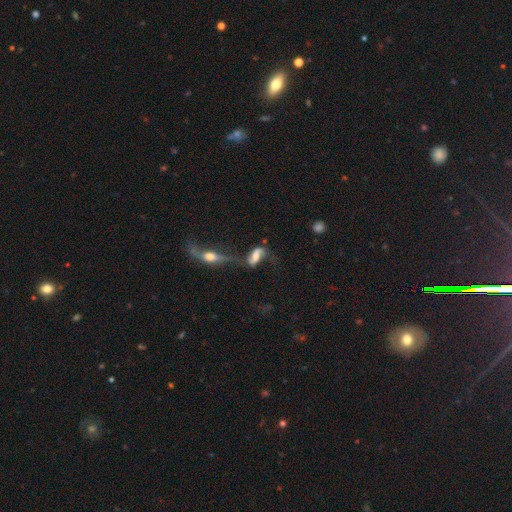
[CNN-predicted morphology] Overall: featured or disk (66%). Edge-on disk: no (85%). Bar: weak (39%; no 35%). Spiral arms: yes (83%). Bulge size: moderate (47%; small 24%). Merging: merger (39%; none 30%).